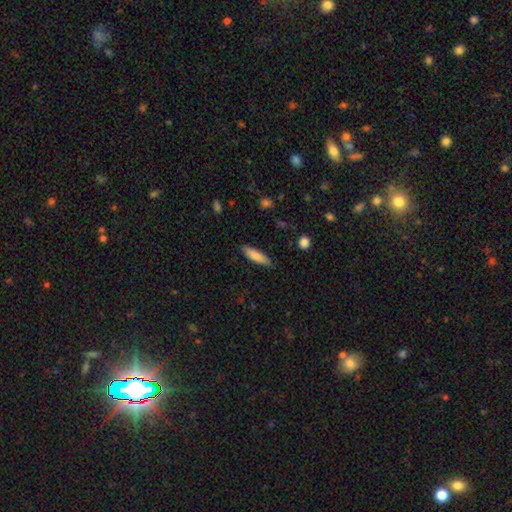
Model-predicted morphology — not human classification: Overall: smooth (82%). How rounded: cigar-shaped (71%). Merging: none (86%).